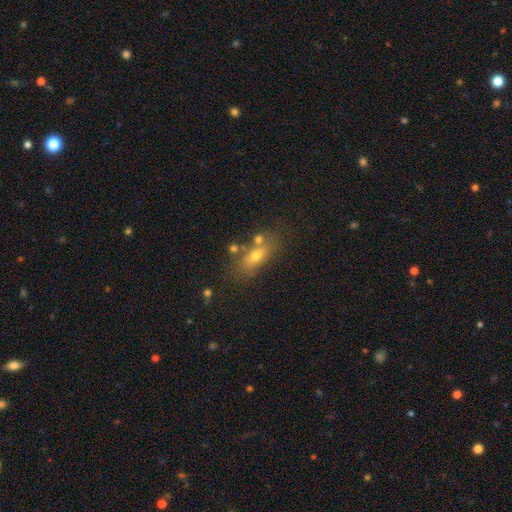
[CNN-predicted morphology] This appears to be a smooth galaxy with no disk features (61%) that is in between round and cigar-shaped (66%). Merging: none (63%).